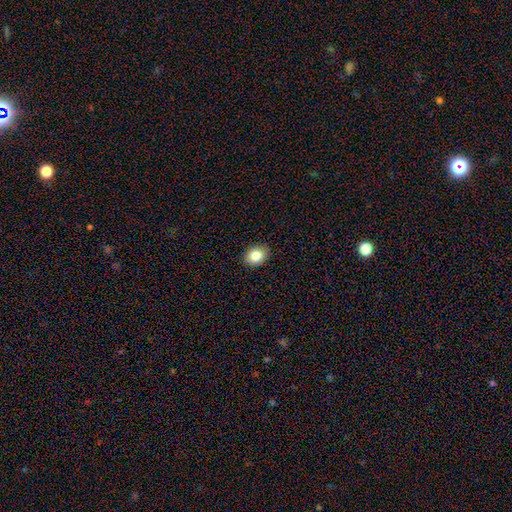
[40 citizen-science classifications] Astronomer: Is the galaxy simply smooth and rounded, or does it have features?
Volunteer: smooth — 90%.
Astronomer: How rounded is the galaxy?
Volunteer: round — 56% (runner-up: in between, 44%).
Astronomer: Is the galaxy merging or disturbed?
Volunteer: none — 92%.